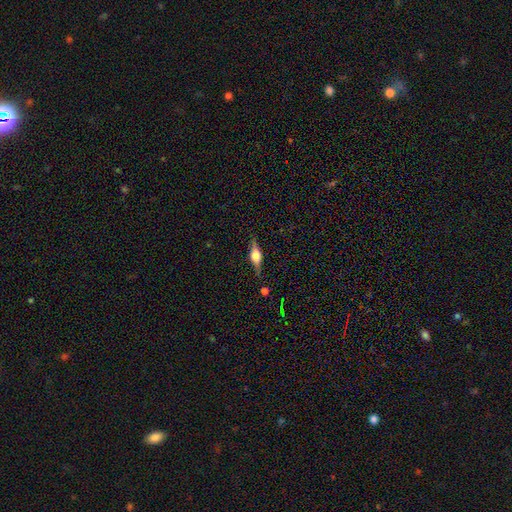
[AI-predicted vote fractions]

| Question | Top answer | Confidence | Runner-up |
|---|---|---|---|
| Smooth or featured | featured or disk | 70% | smooth (22%) |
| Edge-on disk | yes | 97% | no (3%) |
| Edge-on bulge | rounded | 89% | boxy (10%) |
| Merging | none | 85% | minor disturbance (10%) |